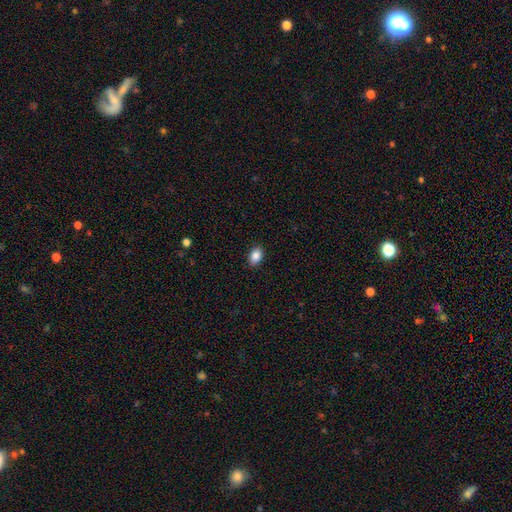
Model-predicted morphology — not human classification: A smooth galaxy with no disk features (87%) that is in between round and cigar-shaped (85%). Merging: none (90%).